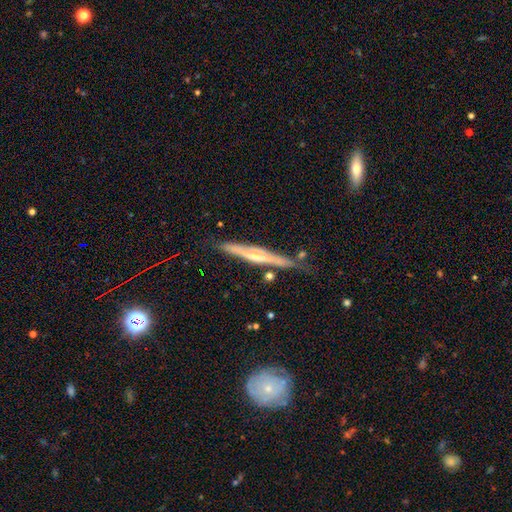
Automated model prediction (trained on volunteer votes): Morphology: type=featured or disk (68%); edge-on=yes (94%); edge-on bulge=rounded (56%); merging=none (76%).